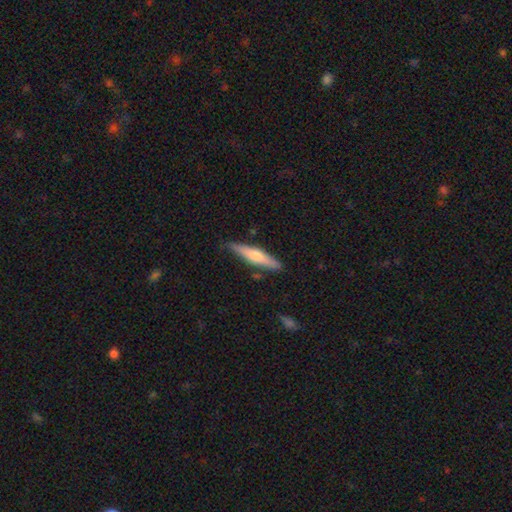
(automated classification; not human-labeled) A smooth galaxy with no disk features (51%) that is cigar-shaped (85%).

Vote fractions:
- Smooth or featured? smooth: 51% / featured or disk: 44% / star or artifact: 5%
- How rounded? cigar-shaped: 85% / in between: 13% / round: 2%
- Merging? none: 81% / minor disturbance: 14% / merger: 3% / major disturbance: 2%